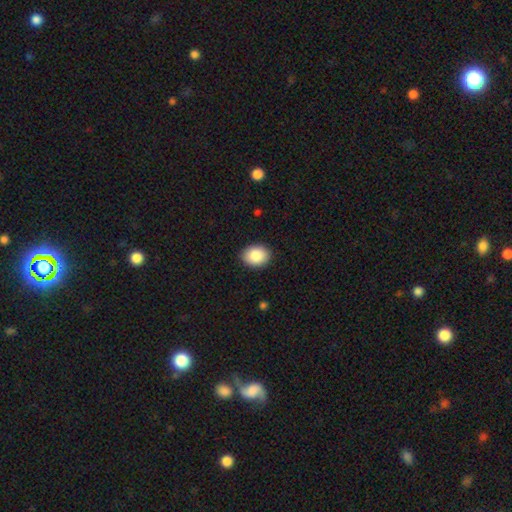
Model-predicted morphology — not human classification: Smooth or featured? smooth (87%)
How rounded? in between (65%)
Merging? none (89%)